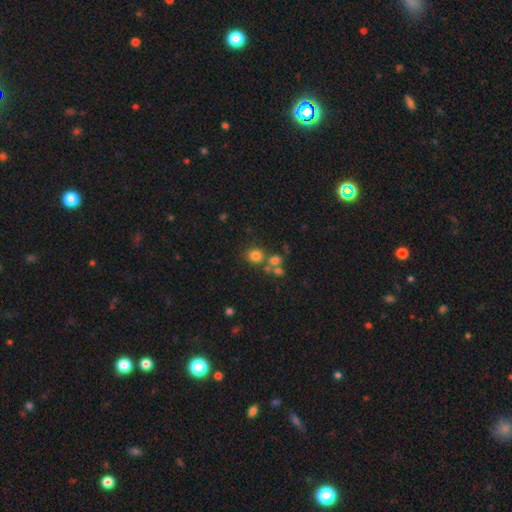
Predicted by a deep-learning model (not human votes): This appears to be a smooth galaxy with no disk features (76%) that is round (81%). Merging: none (62%).